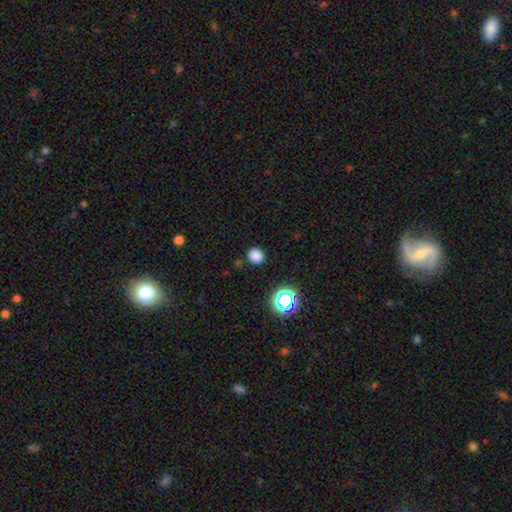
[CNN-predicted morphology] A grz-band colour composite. It shows a smooth galaxy with no disk features (78%) that is round (87%). Merging: none (87%).